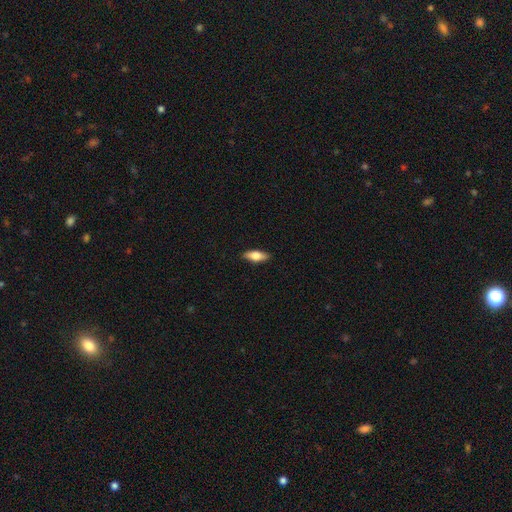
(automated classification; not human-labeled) A smooth galaxy with no disk features (66%) that is in between round and cigar-shaped (70%). Merging: none (88%).